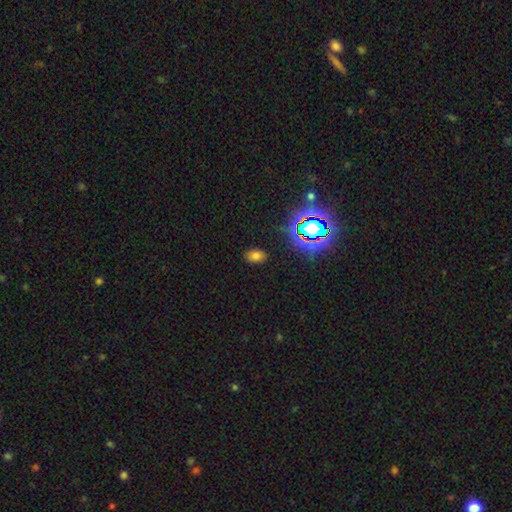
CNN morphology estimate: A smooth galaxy with no disk features (69%) that is in between round and cigar-shaped (84%). Merging: none (86%).